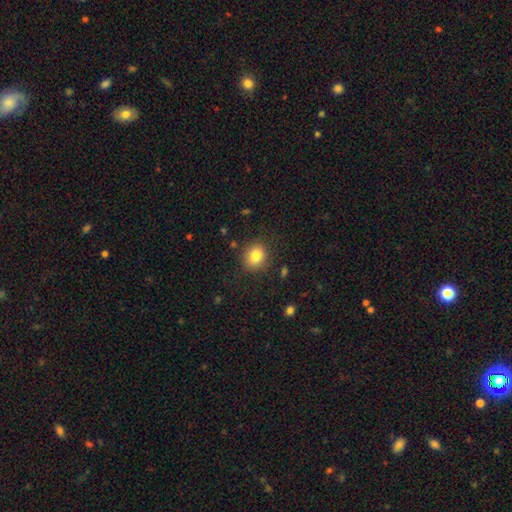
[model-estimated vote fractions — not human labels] smooth 83%, star or artifact 10%, featured or disk 7%. Down the decision tree: how rounded — round (64%); merging — none (84%).